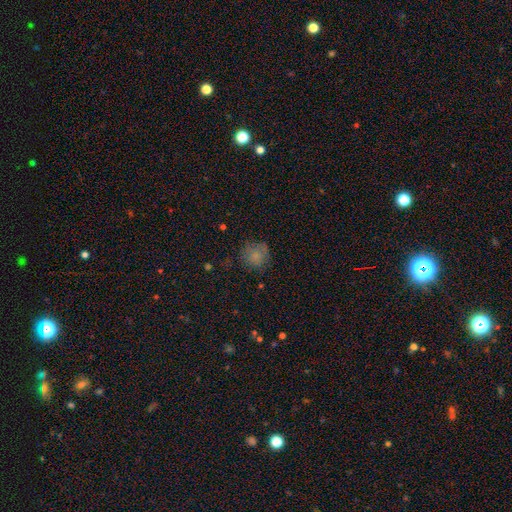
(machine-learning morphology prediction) A smooth galaxy with no disk features (79%) that is round (88%).

Vote fractions:
- Smooth or featured? smooth: 79% / star or artifact: 11% / featured or disk: 10%
- How rounded? round: 88% / in between: 11% / cigar-shaped: 1%
- Merging? none: 71% / minor disturbance: 20% / major disturbance: 7% / merger: 2%